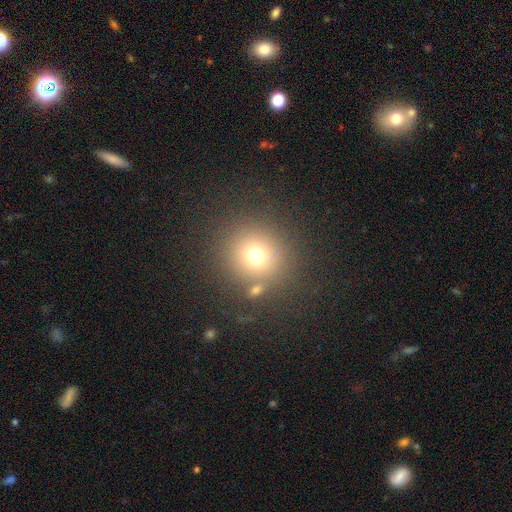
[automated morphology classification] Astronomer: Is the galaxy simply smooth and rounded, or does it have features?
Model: smooth — 71%.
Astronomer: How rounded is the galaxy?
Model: round — 92%.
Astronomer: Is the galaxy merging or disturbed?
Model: none — 81%.